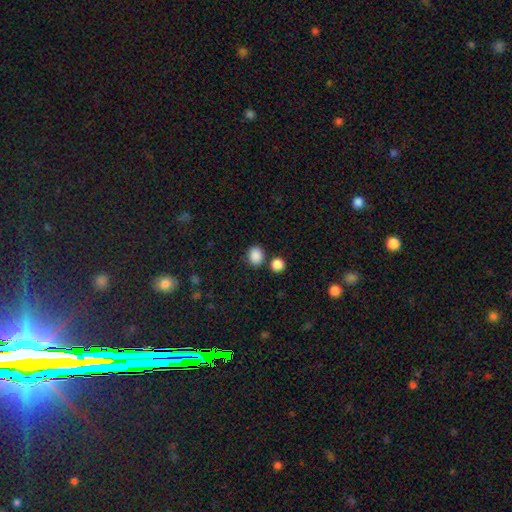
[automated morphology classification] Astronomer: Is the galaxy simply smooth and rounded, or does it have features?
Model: smooth — 87%.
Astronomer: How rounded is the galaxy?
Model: round — 63%.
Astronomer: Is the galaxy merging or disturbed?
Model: none — 79%.